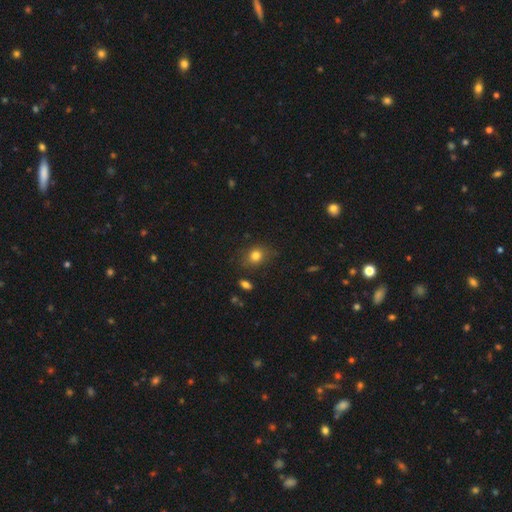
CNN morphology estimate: Smooth or featured? smooth (80%)
How rounded? round (58%)
Merging? none (79%)